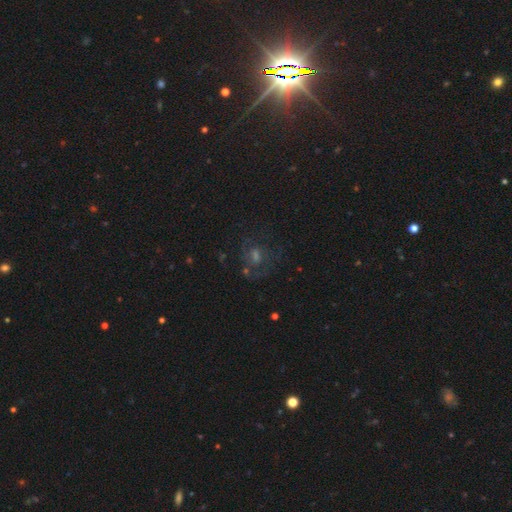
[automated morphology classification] Smooth or featured?
  - featured or disk: 40% *
  - star or artifact: 32%
  - smooth: 28%
Merging?
  - none: 61% *
  - major disturbance: 18%
  - minor disturbance: 16%
  - merger: 4%